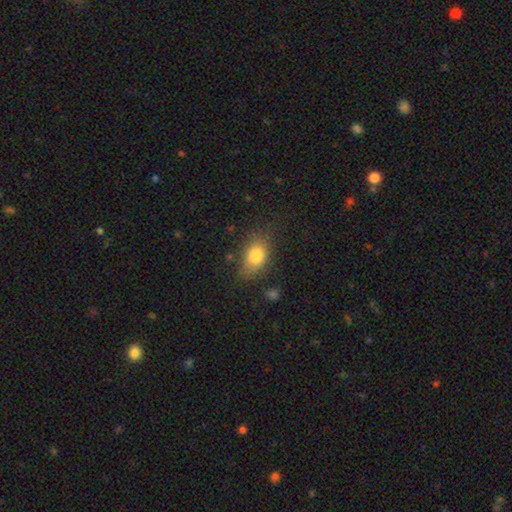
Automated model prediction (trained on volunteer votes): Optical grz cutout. It shows a smooth galaxy with no disk features (80%) that is in between round and cigar-shaped (77%). Merging: none (66%).